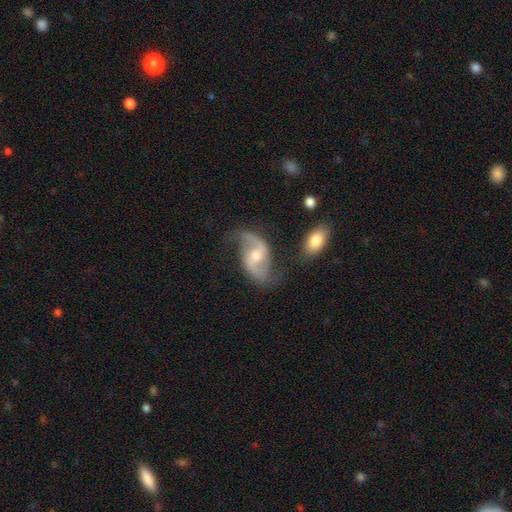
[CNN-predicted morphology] Overall: featured or disk (88%). Edge-on disk: no (97%). Bar: weak (44%; no 39%). Spiral arms: yes (96%). Spiral arm count: 2 (92%). Spiral winding: loose (56%; medium 35%). Bulge size: moderate (63%; small 30%). Merging: none (68%).